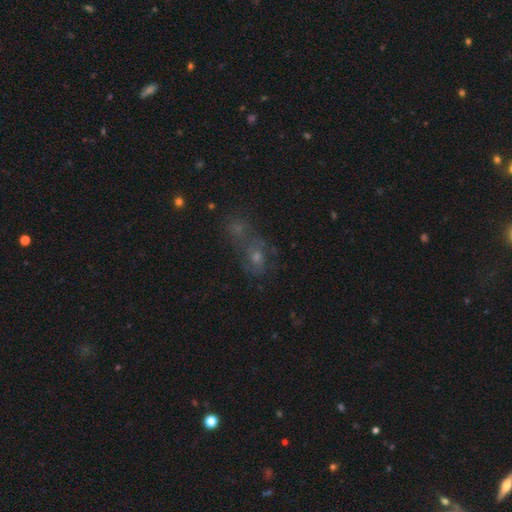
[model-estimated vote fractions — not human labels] smooth_or_featured: smooth (p=0.41) [alt: featured or disk p=0.33]
merging: merger (p=0.40) [alt: none p=0.33]